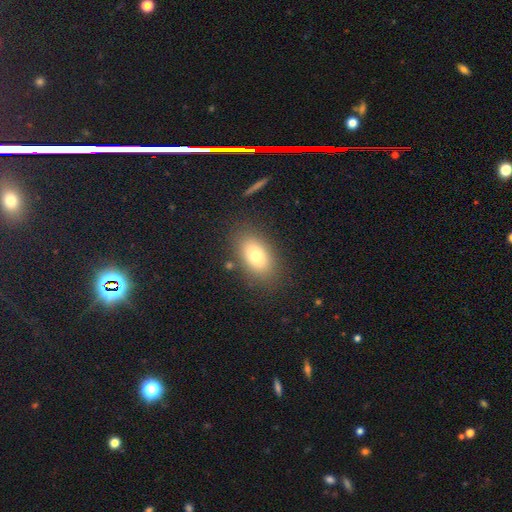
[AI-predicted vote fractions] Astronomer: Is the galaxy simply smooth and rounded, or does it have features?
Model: smooth — 74%.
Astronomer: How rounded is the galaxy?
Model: in between — 86%.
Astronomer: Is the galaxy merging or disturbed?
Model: none — 84%.